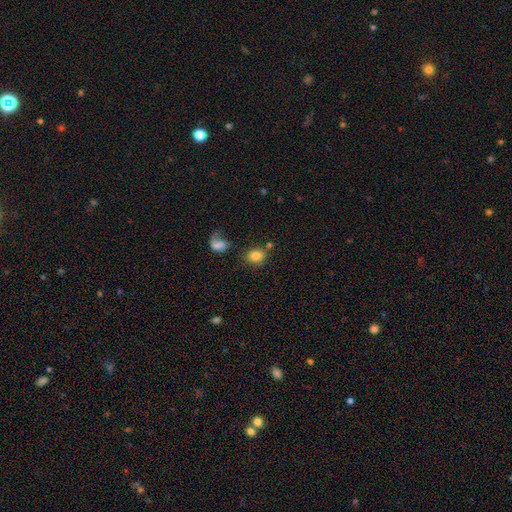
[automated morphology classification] type=smooth (81%); roundness=round (60%); merging=none (69%).